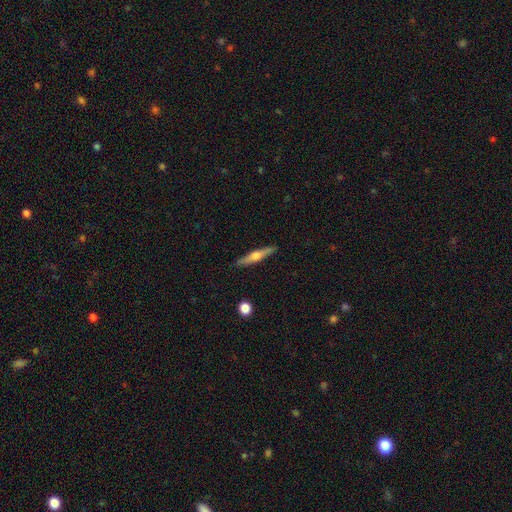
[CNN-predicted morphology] The model was most divided on "smooth or featured": featured or disk: 59%, smooth: 35%, star or artifact: 6%. More confident: edge-on disk — yes (97%); merging — none (89%); edge-on bulge — rounded (88%).